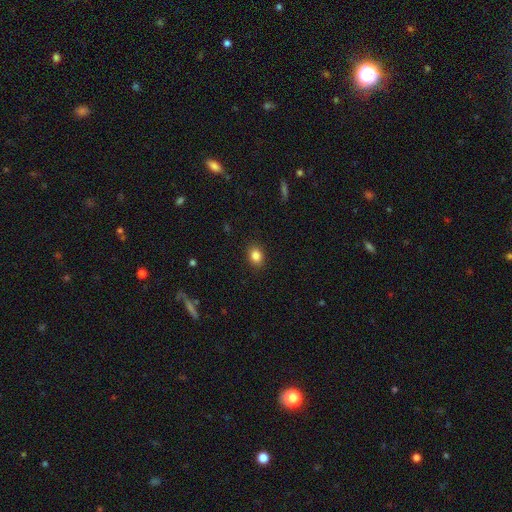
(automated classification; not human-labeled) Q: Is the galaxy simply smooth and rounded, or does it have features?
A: smooth — 86%.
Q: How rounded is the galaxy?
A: in between — 61%.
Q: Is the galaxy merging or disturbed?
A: none — 89%.